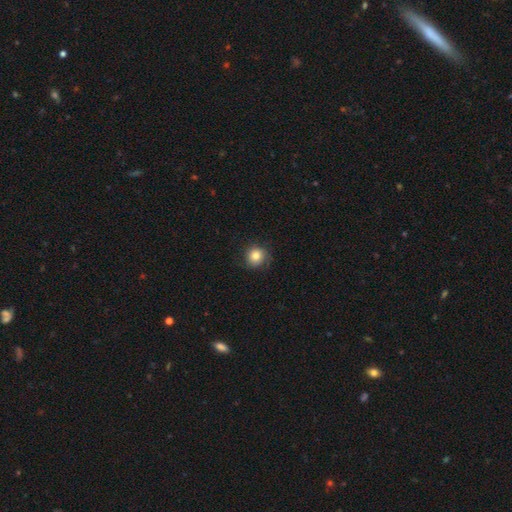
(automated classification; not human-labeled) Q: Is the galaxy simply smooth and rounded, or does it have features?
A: smooth — 81%.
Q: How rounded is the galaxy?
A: round — 91%.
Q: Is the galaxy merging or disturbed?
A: none — 77%.